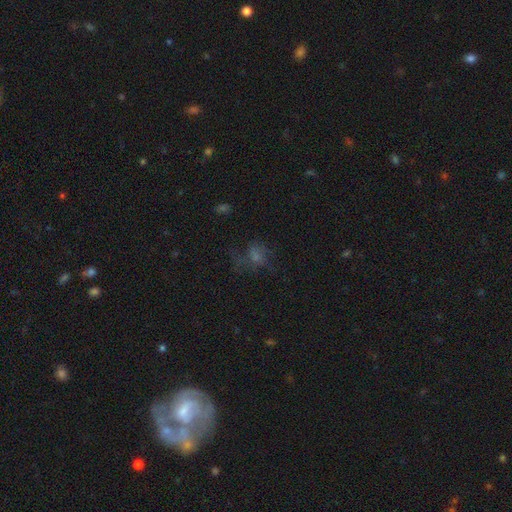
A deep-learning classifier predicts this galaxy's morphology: A smooth galaxy with no disk features (41%).

Vote fractions:
- Smooth or featured? smooth: 41% / star or artifact: 34% / featured or disk: 25%
- Merging? none: 50% / major disturbance: 28% / minor disturbance: 20% / merger: 2%